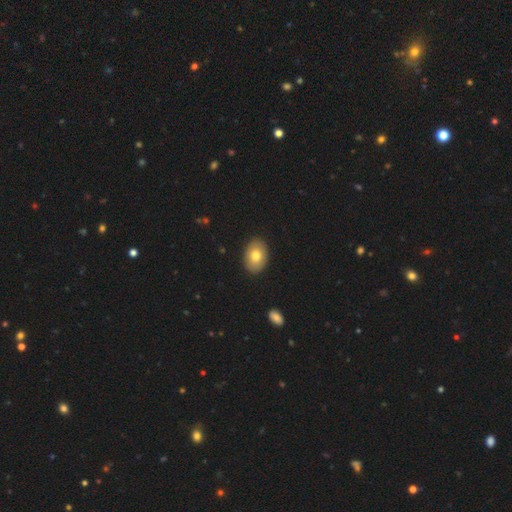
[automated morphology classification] Smooth or featured? smooth (77%)
How rounded? in between (84%)
Merging? none (90%)